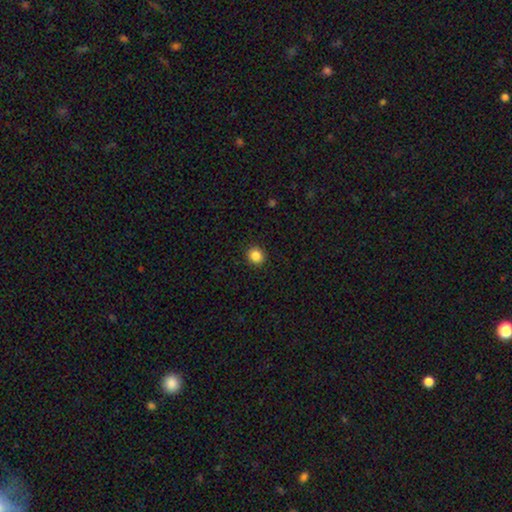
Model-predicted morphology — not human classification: The model was most divided on "how rounded": round: 87%, in between: 12%, cigar-shaped: 1%. More confident: merging — none (92%); smooth or featured — smooth (86%).